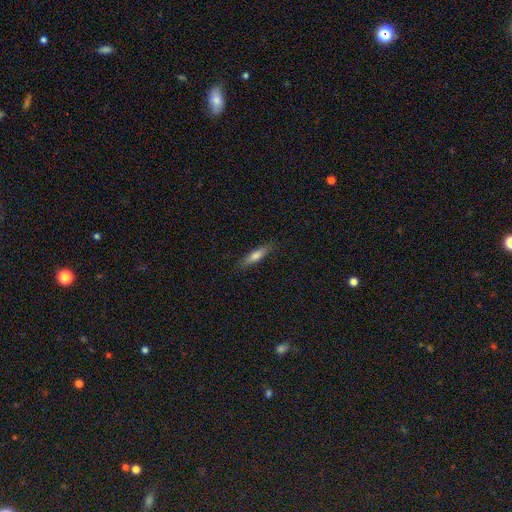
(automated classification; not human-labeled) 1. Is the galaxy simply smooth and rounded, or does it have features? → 64% smooth, 29% featured or disk, 7% star or artifact.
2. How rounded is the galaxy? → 76% cigar-shaped, 23% in between, 2% round.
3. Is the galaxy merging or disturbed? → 85% none, 11% minor disturbance, 2% major disturbance, 1% merger.